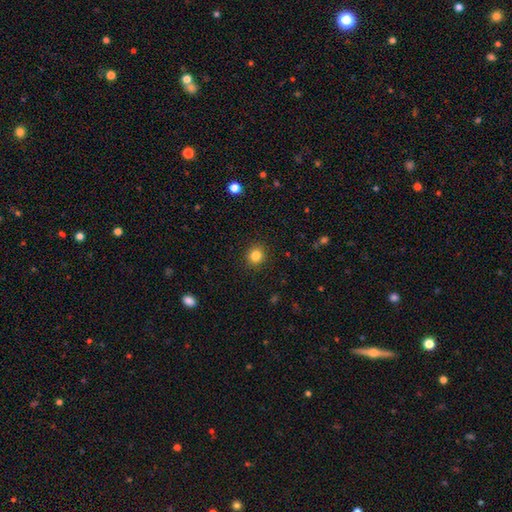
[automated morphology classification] Q: Smooth or featured?
A: smooth (84%); runner-up: star or artifact (12%)
Q: How rounded?
A: round (89%); runner-up: in between (10%)
Q: Merging?
A: none (91%); runner-up: minor disturbance (6%)